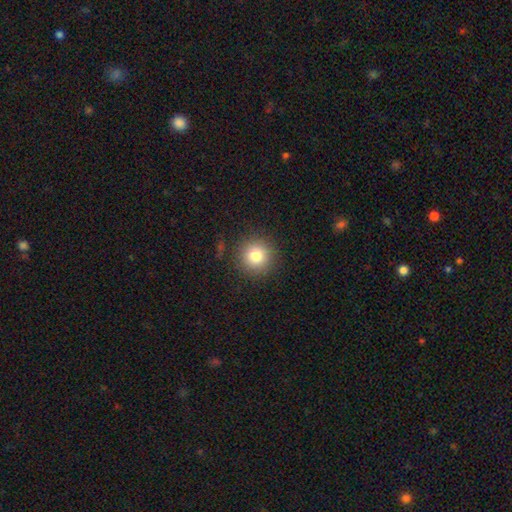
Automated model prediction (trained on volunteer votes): Morphology: type=smooth (81%); roundness=round (95%); merging=none (89%).